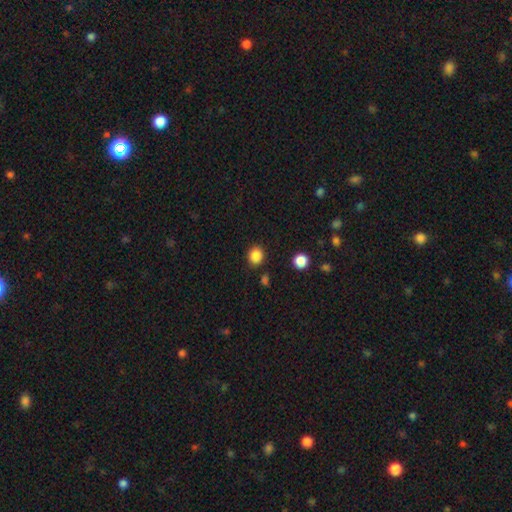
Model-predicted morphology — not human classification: Q: Smooth or featured?
A: smooth (86%); runner-up: star or artifact (11%)
Q: How rounded?
A: round (71%); runner-up: in between (28%)
Q: Merging?
A: none (86%); runner-up: minor disturbance (9%)